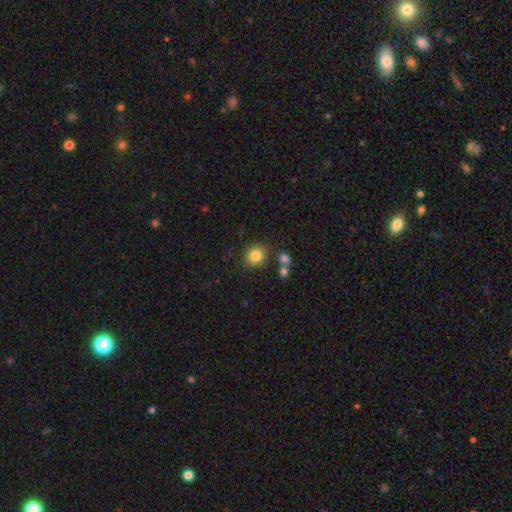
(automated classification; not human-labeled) Smooth or featured: smooth — 82% (star or artifact — 11%)
How rounded: round — 85% (in between — 14%)
Merging: none — 81% (minor disturbance — 9%)